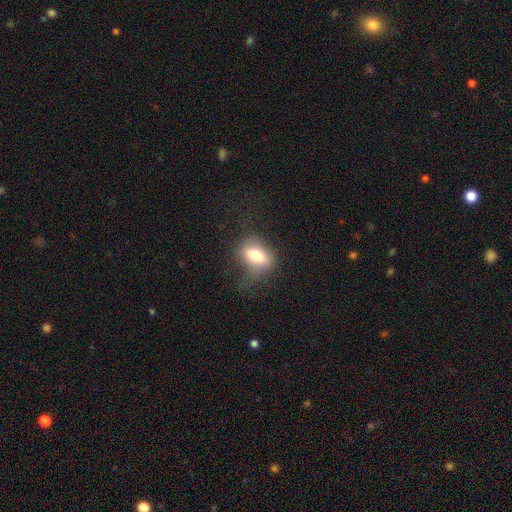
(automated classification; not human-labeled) Overall: smooth (72%). How rounded: in between (78%). Merging: none (57%; minor disturbance 24%).